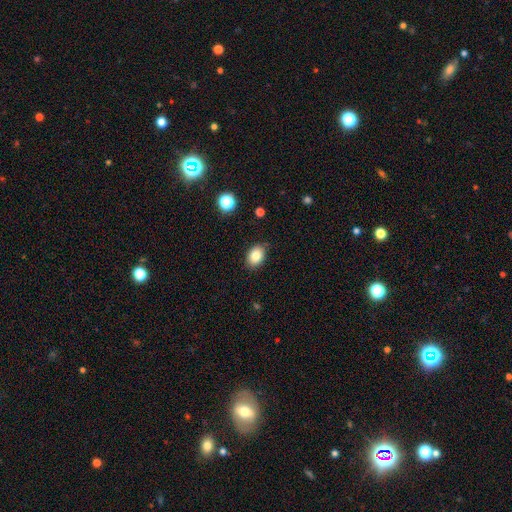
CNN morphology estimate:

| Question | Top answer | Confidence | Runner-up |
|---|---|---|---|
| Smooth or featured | smooth | 83% | star or artifact (9%) |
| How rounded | in between | 75% | round (24%) |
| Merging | none | 83% | minor disturbance (13%) |